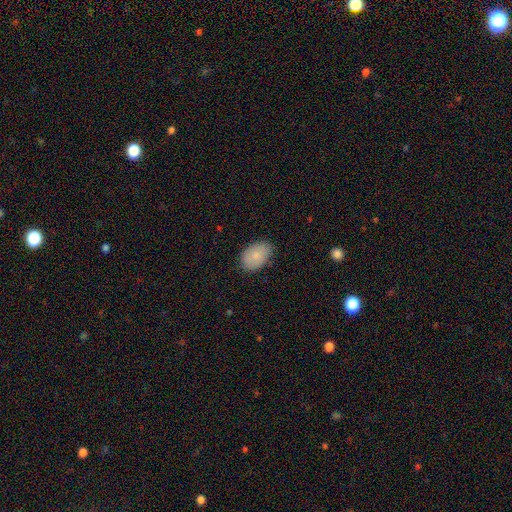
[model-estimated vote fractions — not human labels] The model was most divided on "merging": none: 81%, minor disturbance: 15%, major disturbance: 3%, merger: 1%. More confident: how rounded — in between (88%); smooth or featured — smooth (84%).